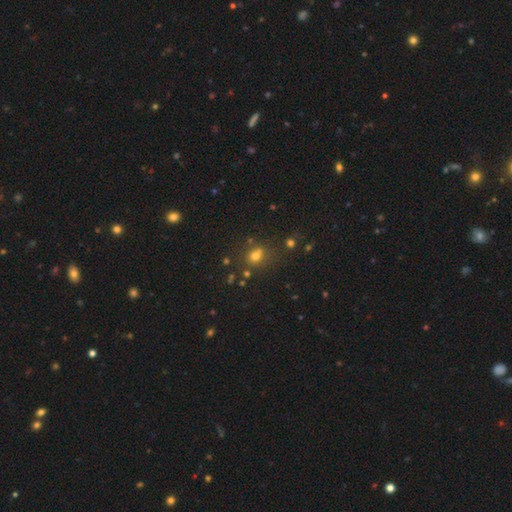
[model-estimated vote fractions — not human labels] Smooth or featured: smooth — 67% (star or artifact — 22%)
How rounded: round — 63% (in between — 36%)
Merging: none — 61% (merger — 18%)